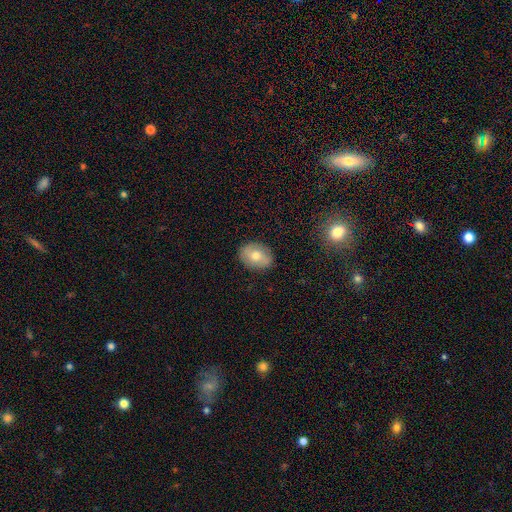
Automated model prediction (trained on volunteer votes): Smooth or featured? smooth (66%)
How rounded? in between (64%)
Merging? none (86%)